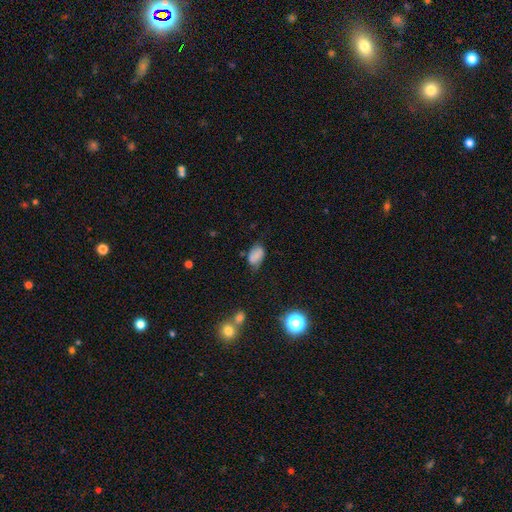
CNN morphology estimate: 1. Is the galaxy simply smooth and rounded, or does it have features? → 74% smooth, 13% featured or disk, 12% star or artifact.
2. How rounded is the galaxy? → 88% in between, 10% round, 2% cigar-shaped.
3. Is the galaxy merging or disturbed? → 55% none, 32% minor disturbance, 8% major disturbance, 4% merger.